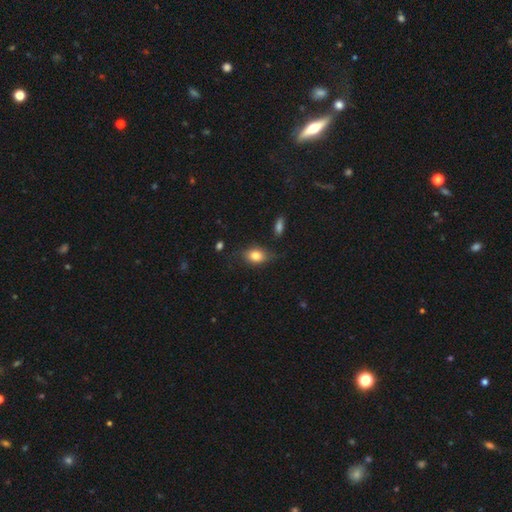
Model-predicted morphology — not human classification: type=smooth (80%); roundness=in between (76%); merging=none (70%).